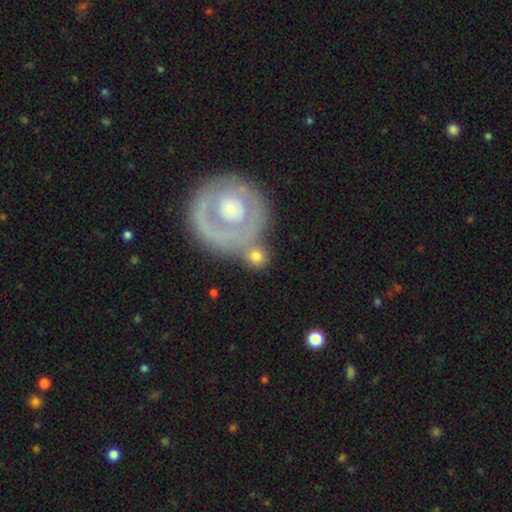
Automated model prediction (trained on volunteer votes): A smooth galaxy with no disk features (67%) that is round (84%).

Vote fractions:
- Smooth or featured? smooth: 67% / featured or disk: 25% / star or artifact: 7%
- How rounded? round: 84% / in between: 15% / cigar-shaped: 1%
- Merging? none: 57% / merger: 23% / minor disturbance: 12% / major disturbance: 8%